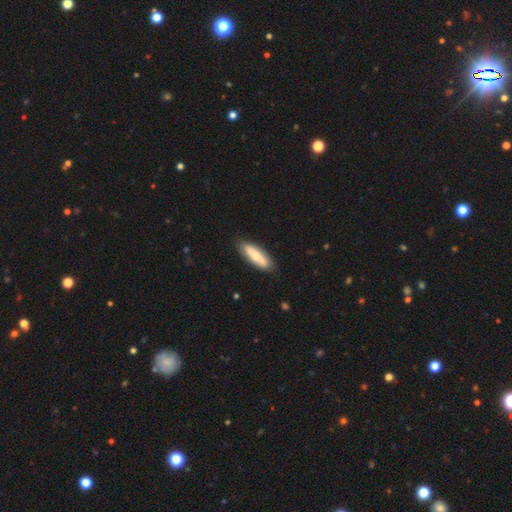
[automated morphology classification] This appears to be a smooth galaxy with no disk features (51%) that is cigar-shaped (53%). Merging: none (84%).